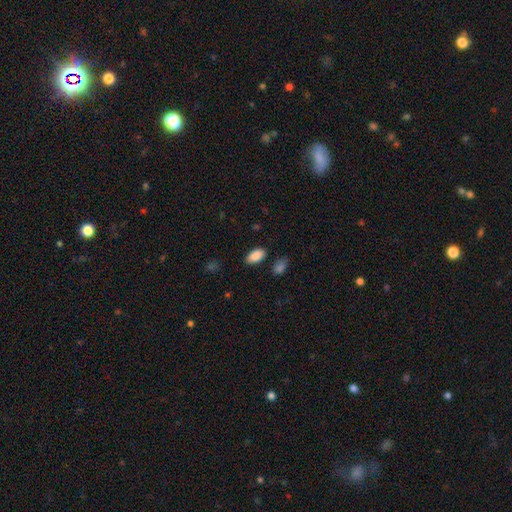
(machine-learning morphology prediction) This is clearly a smooth galaxy (89%). How rounded: clearly in between (94%). Merging: clearly none (84%).